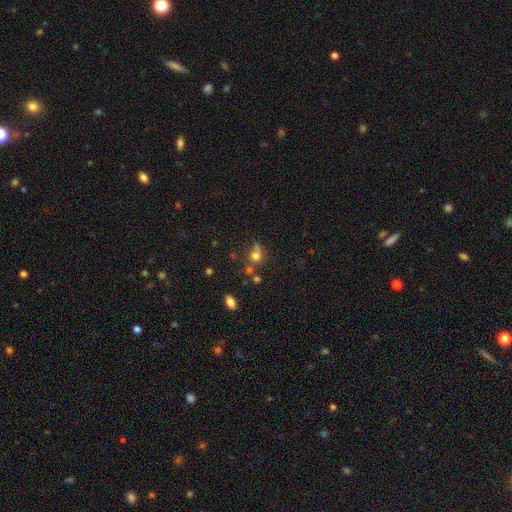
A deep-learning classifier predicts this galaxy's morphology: smooth-or-featured: smooth: 71% | star or artifact: 17% | featured or disk: 13%
  how-rounded: round: 75% | in between: 23% | cigar-shaped: 2%
  merging: none: 46% | merger: 27% | minor disturbance: 16% | major disturbance: 11%